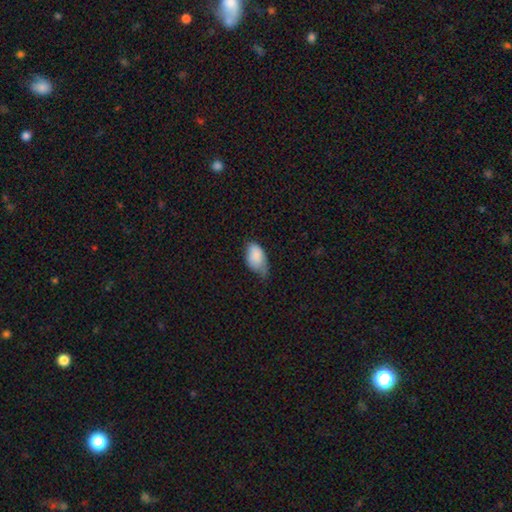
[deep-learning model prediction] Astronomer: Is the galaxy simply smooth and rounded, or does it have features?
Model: smooth — 84%.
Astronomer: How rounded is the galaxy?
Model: in between — 93%.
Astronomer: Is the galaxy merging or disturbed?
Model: minor disturbance — 52% (runner-up: none, 32%).